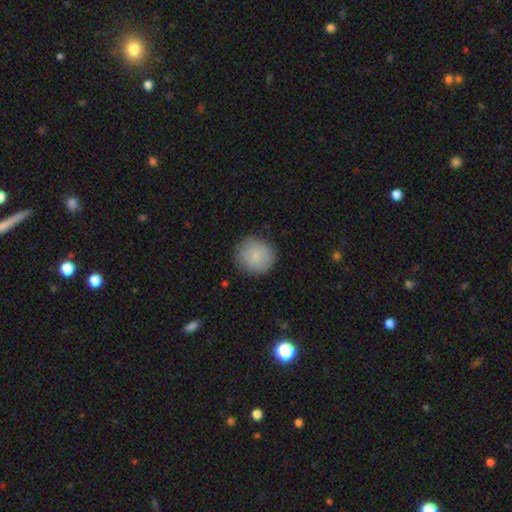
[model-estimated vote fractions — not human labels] This is clearly a smooth galaxy (85%). How rounded: clearly round (93%). Merging: clearly none (87%).